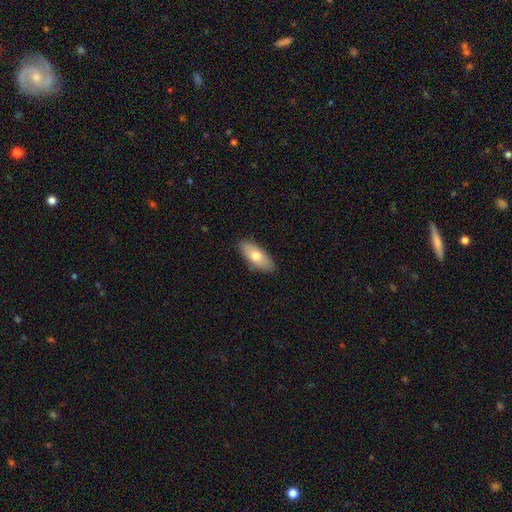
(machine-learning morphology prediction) Smooth or featured: smooth — 73% (featured or disk — 21%)
How rounded: in between — 82% (cigar-shaped — 16%)
Merging: none — 87% (minor disturbance — 10%)